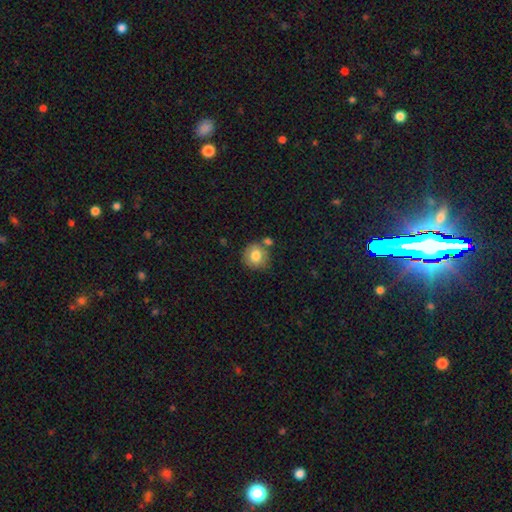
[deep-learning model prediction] Q: Smooth or featured?
A: smooth (77%); runner-up: featured or disk (15%)
Q: How rounded?
A: round (87%); runner-up: in between (12%)
Q: Merging?
A: none (65%); runner-up: minor disturbance (15%)